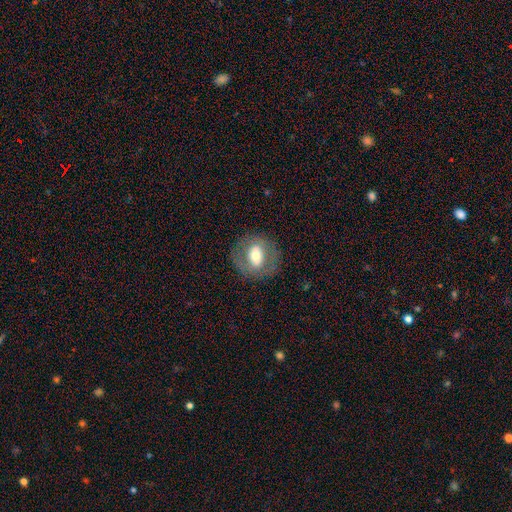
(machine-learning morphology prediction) Q: Smooth or featured?
A: smooth (50%); runner-up: featured or disk (42%)
Q: Merging?
A: none (81%); runner-up: minor disturbance (11%)